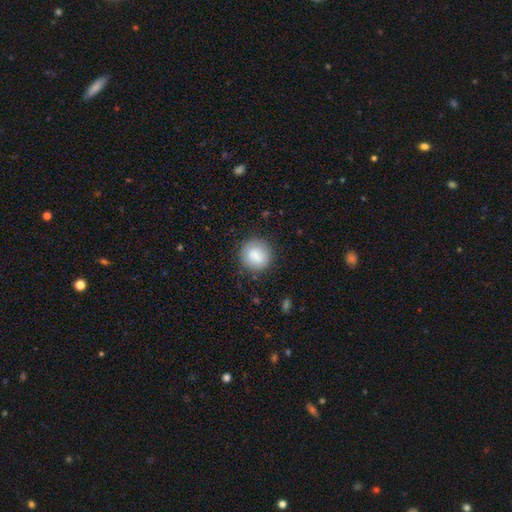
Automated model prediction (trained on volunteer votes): Smooth or featured?
  - smooth: 83% *
  - featured or disk: 9%
  - star or artifact: 7%
How rounded?
  - round: 88% *
  - in between: 11%
  - cigar-shaped: 1%
Merging?
  - none: 82% *
  - minor disturbance: 12%
  - major disturbance: 4%
  - merger: 2%